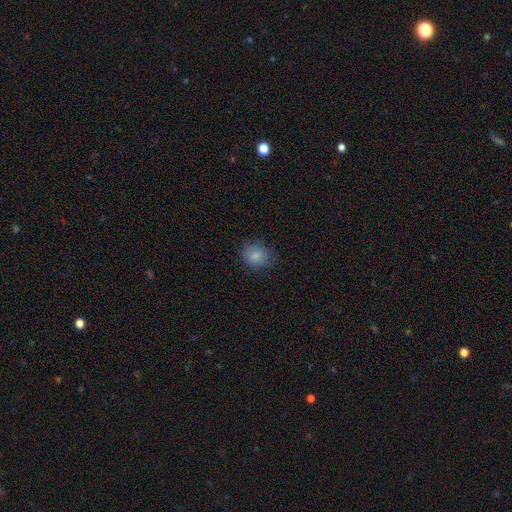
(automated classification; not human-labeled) smooth_or_featured: smooth (p=0.83) [alt: featured or disk p=0.09]
how_rounded: round (p=0.71) [alt: in between p=0.28]
merging: none (p=0.77) [alt: minor disturbance p=0.17]